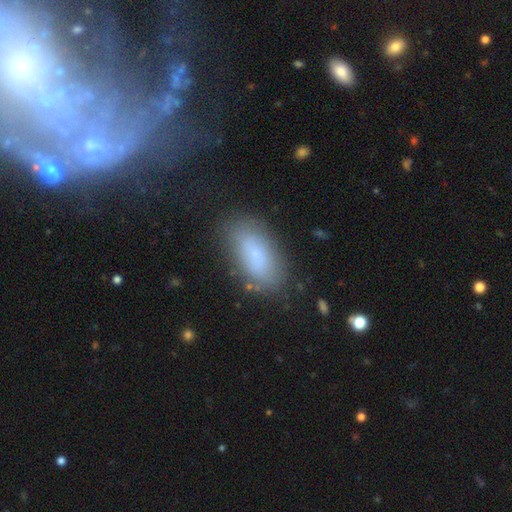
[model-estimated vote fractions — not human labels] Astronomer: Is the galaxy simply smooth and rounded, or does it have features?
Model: smooth — 74%.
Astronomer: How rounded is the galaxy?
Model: in between — 89%.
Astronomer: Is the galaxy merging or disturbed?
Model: none — 75%.